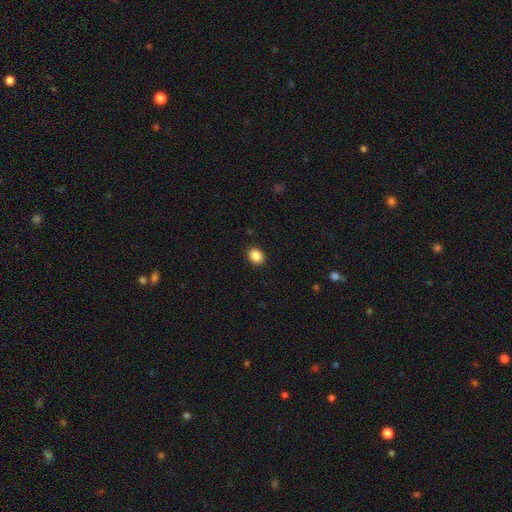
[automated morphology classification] This appears to be a smooth galaxy with no disk features (88%) that is round (50%). Merging: none (90%).